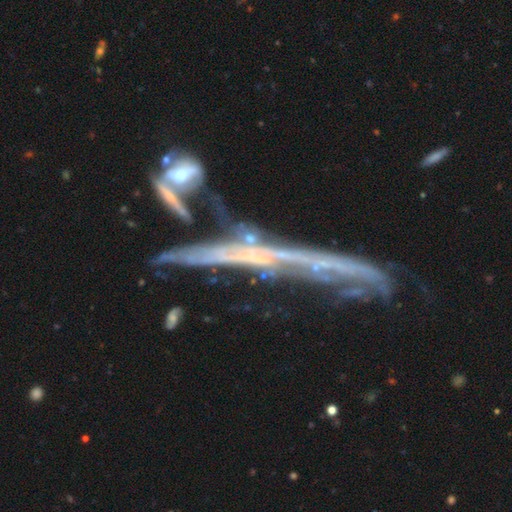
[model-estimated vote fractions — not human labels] Morphology: type=featured or disk (75%); edge-on=yes (76%); edge-on bulge=none (74%); merging=none (34%).